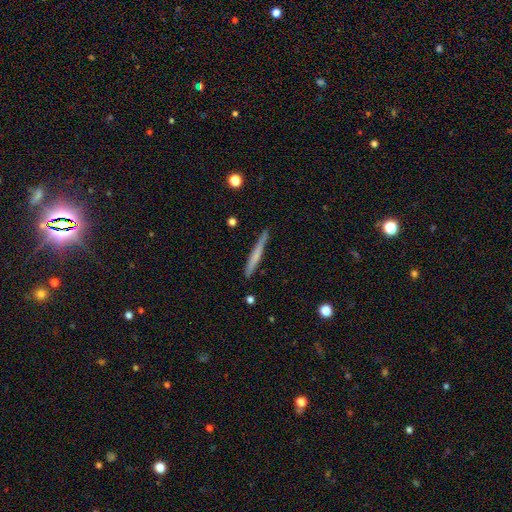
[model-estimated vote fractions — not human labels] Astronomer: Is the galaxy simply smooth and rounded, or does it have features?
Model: smooth — 56% (runner-up: featured or disk, 38%).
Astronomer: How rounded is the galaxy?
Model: cigar-shaped — 96%.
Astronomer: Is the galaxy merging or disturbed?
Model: none — 86%.